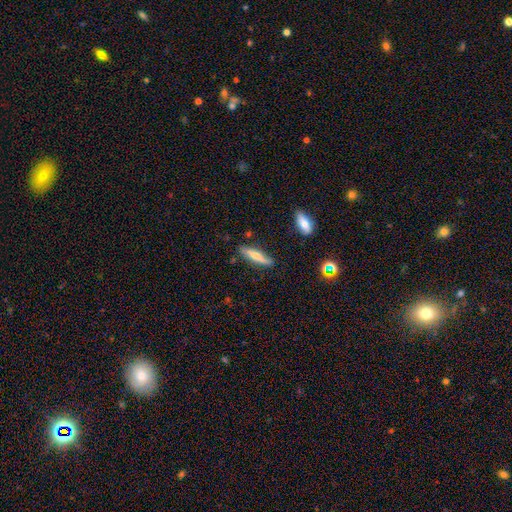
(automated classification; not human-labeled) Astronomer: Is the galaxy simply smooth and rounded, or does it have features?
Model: smooth — 54% (runner-up: featured or disk, 38%).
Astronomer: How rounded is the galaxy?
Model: cigar-shaped — 82%.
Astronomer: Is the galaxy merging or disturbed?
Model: none — 80%.